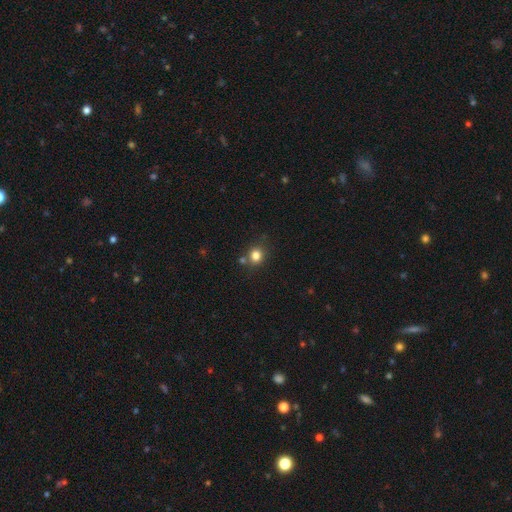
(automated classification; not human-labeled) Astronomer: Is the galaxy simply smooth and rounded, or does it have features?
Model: smooth — 81%.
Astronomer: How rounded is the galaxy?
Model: round — 84%.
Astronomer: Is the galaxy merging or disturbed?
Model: none — 73%.